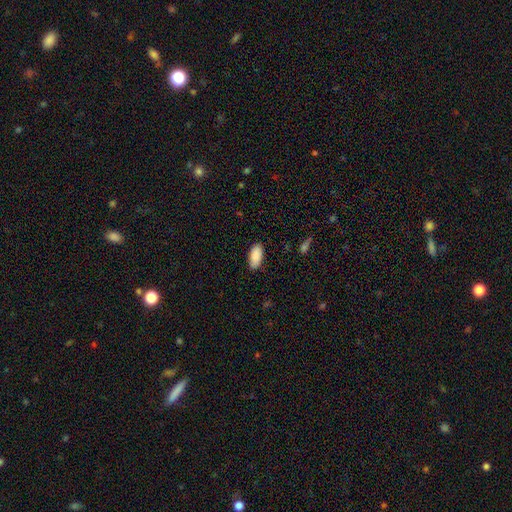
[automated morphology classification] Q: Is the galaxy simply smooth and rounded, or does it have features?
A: smooth — 90%.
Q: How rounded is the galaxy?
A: in between — 91%.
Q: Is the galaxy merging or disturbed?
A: none — 87%.